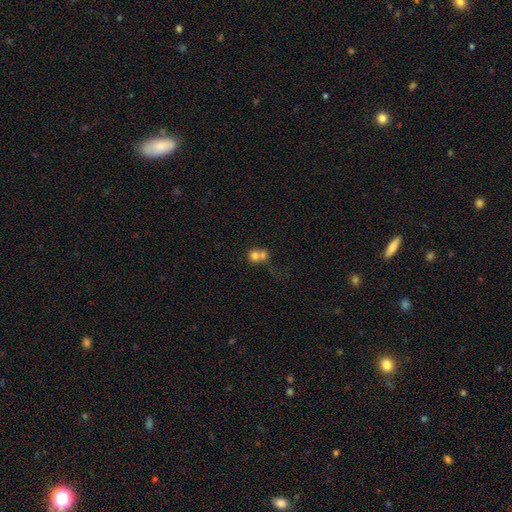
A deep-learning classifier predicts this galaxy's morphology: Q: Smooth or featured?
A: smooth (72%); runner-up: featured or disk (18%)
Q: How rounded?
A: round (77%); runner-up: in between (22%)
Q: Merging?
A: merger (66%); runner-up: none (24%)